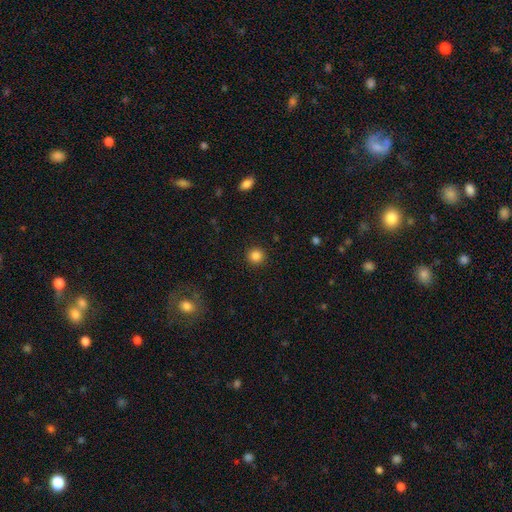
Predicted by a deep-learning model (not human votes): Q: Smooth or featured?
A: smooth (85%); runner-up: star or artifact (11%)
Q: How rounded?
A: round (93%); runner-up: in between (6%)
Q: Merging?
A: none (92%); runner-up: minor disturbance (5%)